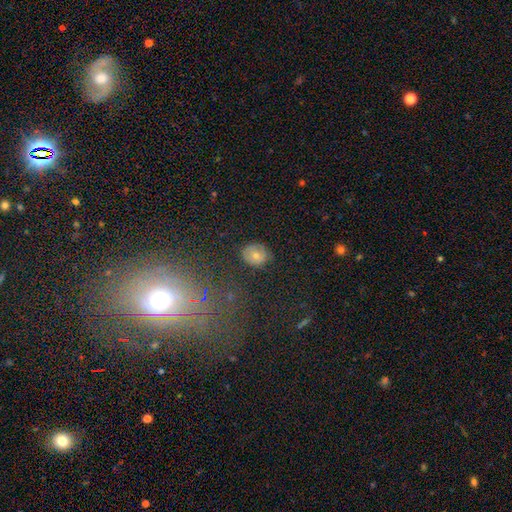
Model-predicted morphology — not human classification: This appears to be a smooth galaxy with no disk features (67%) that is round (58%). Merging: none (77%).